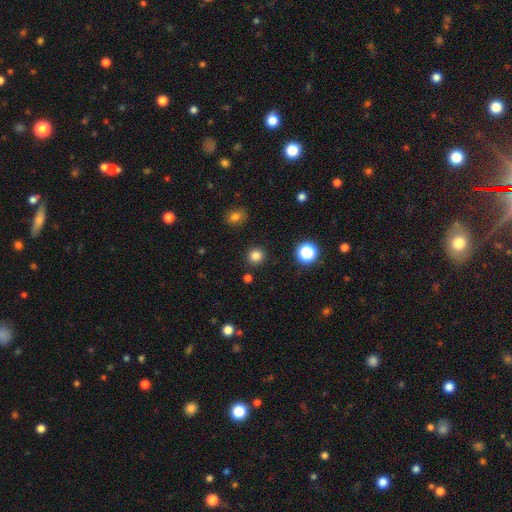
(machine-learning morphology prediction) type=smooth (82%); roundness=round (92%); merging=none (91%).